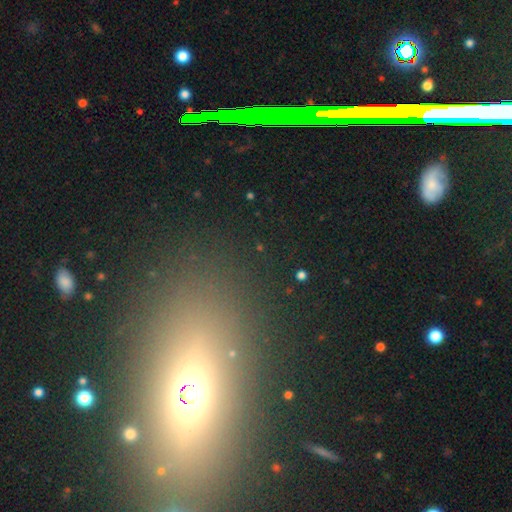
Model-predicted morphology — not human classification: The model was most divided on "smooth or featured": smooth: 43%, star or artifact: 38%, featured or disk: 19%. More confident: merging — none (85%).